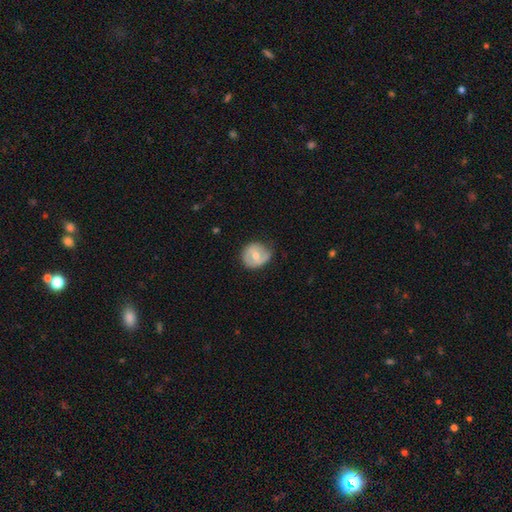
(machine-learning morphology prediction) The model was most divided on "smooth or featured": smooth: 52%, featured or disk: 42%, star or artifact: 7%. More confident: how rounded — round (79%); merging — none (63%).